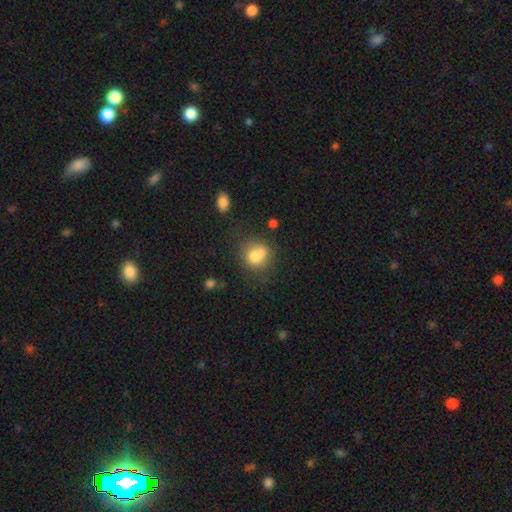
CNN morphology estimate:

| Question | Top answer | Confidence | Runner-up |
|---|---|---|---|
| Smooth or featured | smooth | 76% | featured or disk (13%) |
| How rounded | round | 68% | in between (30%) |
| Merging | none | 51% | minor disturbance (23%) |